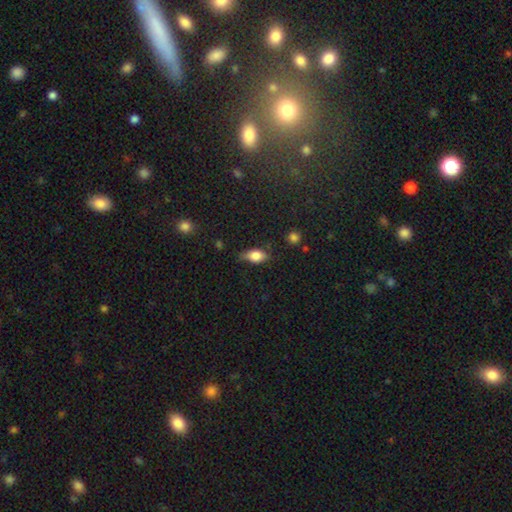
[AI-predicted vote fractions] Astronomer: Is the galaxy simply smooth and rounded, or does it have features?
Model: smooth — 77%.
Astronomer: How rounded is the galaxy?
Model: in between — 84%.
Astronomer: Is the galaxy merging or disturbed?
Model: none — 62%.